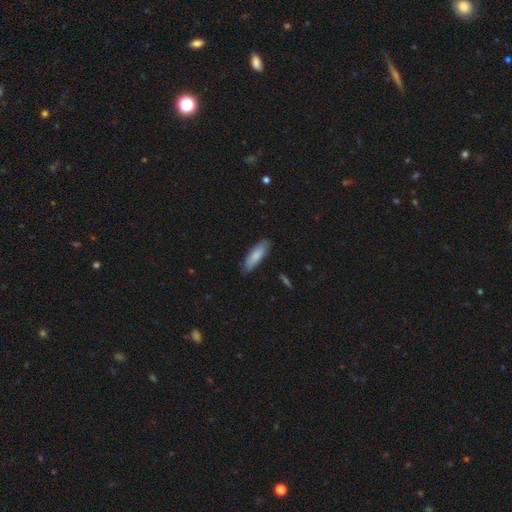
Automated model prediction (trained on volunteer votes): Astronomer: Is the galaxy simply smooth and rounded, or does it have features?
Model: smooth — 81%.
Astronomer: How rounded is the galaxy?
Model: in between — 50% (runner-up: cigar-shaped, 48%).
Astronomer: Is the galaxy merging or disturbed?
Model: none — 84%.